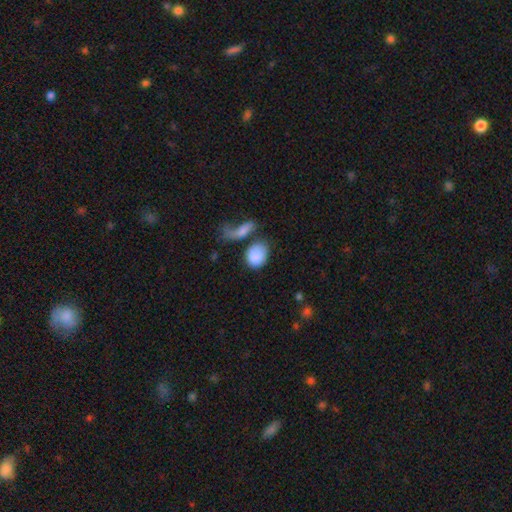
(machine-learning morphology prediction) type=smooth (85%); roundness=in between (58%); merging=none (41%).